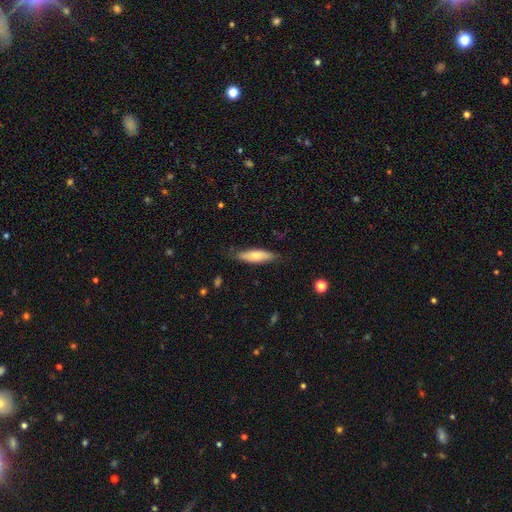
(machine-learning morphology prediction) type=smooth (69%); roundness=cigar-shaped (56%); merging=none (80%).